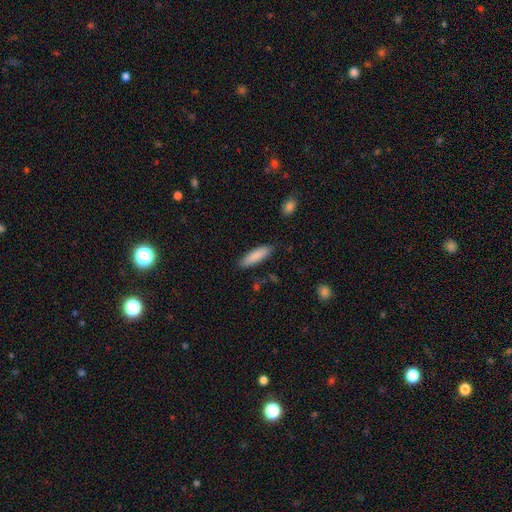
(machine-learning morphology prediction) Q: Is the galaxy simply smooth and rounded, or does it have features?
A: smooth — 86%.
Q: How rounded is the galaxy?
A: cigar-shaped — 57%.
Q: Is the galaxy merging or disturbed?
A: none — 86%.